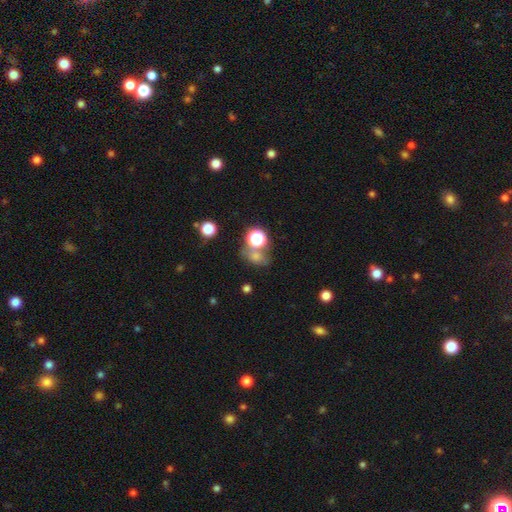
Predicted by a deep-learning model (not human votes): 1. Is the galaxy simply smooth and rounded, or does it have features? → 44% smooth (tied), 44% star or artifact (tied), 12% featured or disk.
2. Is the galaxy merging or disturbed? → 56% none, 22% merger, 13% minor disturbance, 9% major disturbance.